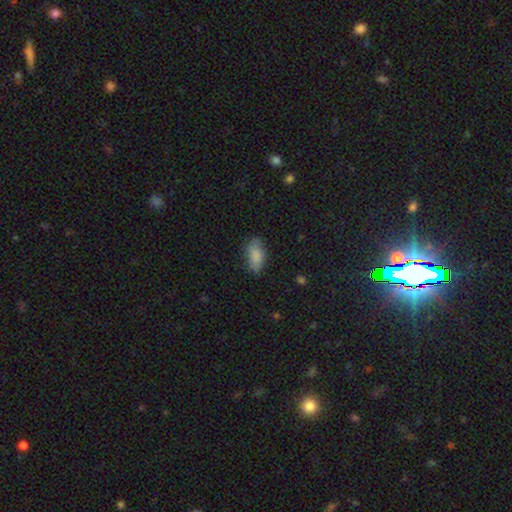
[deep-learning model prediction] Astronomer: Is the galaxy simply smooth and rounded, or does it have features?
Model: smooth — 84%.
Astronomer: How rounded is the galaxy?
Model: in between — 89%.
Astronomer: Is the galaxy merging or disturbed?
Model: none — 68%.